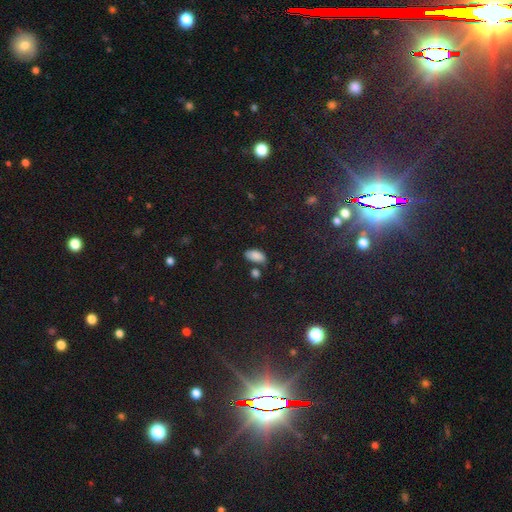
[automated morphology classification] Q: Smooth or featured?
A: smooth (84%); runner-up: star or artifact (10%)
Q: How rounded?
A: in between (93%); runner-up: cigar-shaped (4%)
Q: Merging?
A: none (62%); runner-up: minor disturbance (19%)